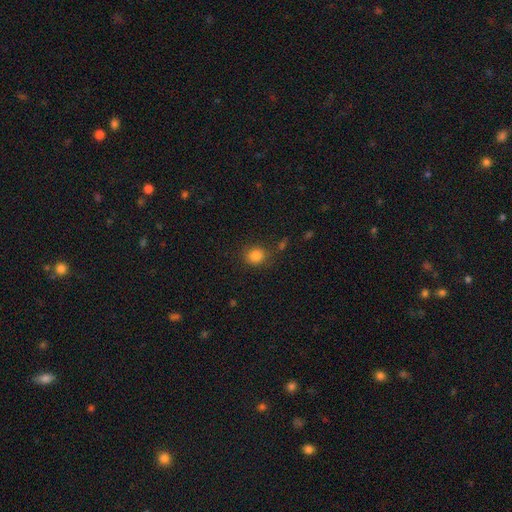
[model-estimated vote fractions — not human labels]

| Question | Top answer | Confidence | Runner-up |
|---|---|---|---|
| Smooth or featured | smooth | 83% | star or artifact (11%) |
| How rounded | round | 77% | in between (22%) |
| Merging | none | 81% | minor disturbance (12%) |